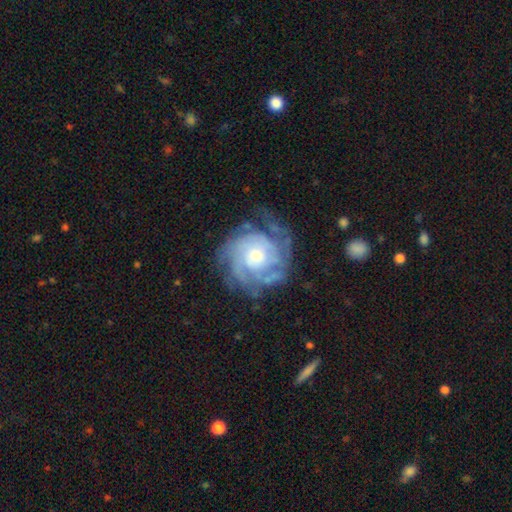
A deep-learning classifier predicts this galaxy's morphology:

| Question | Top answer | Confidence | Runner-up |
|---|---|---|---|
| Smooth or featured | featured or disk | 85% | smooth (9%) |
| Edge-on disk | no | 98% | yes (2%) |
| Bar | no | 78% | weak (18%) |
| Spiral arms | yes | 94% | no (6%) |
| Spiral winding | tight | 67% | medium (26%) |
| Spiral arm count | can't tell | 36% | 3 (20%) |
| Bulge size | moderate | 48% | small (45%) |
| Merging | none | 64% | minor disturbance (20%) |